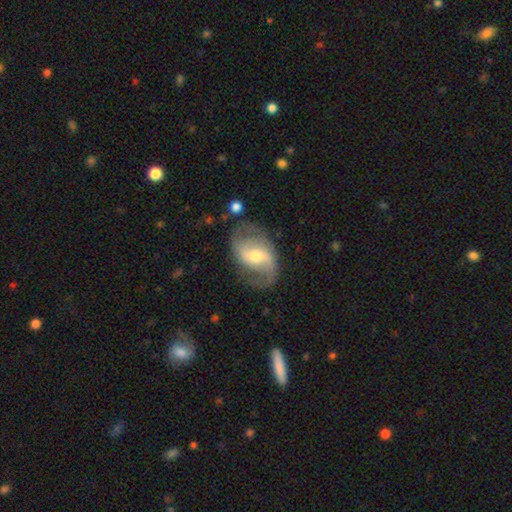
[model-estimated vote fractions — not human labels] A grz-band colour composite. It shows a featured or disk galaxy (81%) with a weak bar (51%), 2 (86%) loose (45%) spiral arms (92%) and a moderate central bulge (61%). Merging: none (69%).